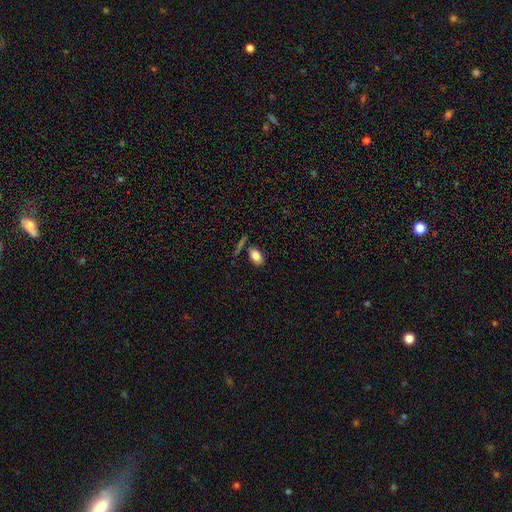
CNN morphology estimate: Overall: smooth (81%). How rounded: in between (90%). Merging: none (75%).